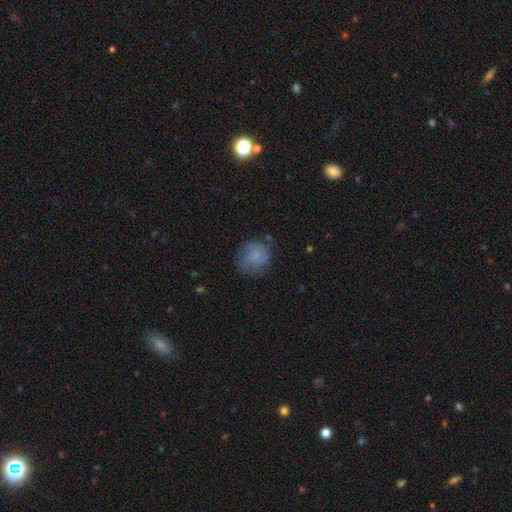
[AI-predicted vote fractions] Smooth or featured?
  - smooth: 69% *
  - featured or disk: 22%
  - star or artifact: 9%
How rounded?
  - round: 82% *
  - in between: 17%
  - cigar-shaped: 1%
Merging?
  - none: 66% *
  - minor disturbance: 22%
  - major disturbance: 10%
  - merger: 2%